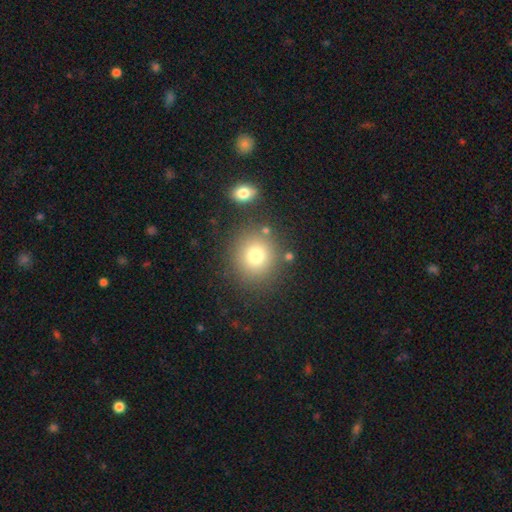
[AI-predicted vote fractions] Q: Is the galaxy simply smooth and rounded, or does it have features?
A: smooth — 75%.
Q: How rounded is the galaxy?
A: round — 87%.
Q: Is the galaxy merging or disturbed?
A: none — 81%.